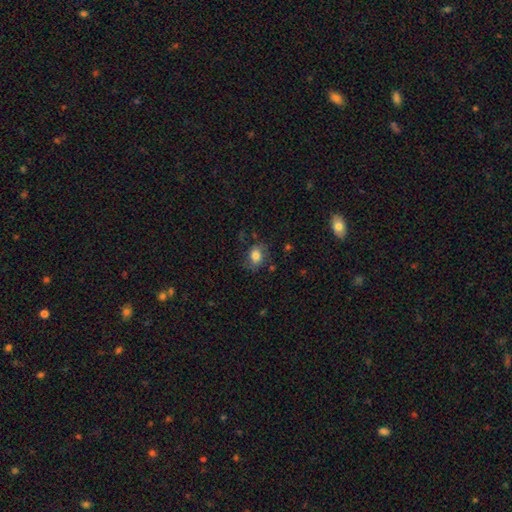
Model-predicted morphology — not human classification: A smooth galaxy with no disk features (77%) that is in between round and cigar-shaped (65%). Merging: none (69%).